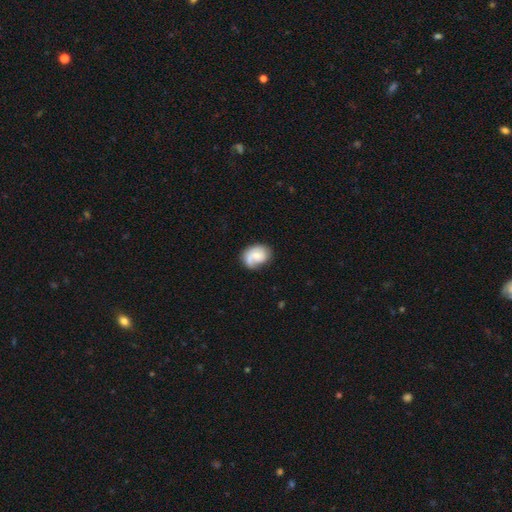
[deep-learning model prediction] featured or disk 55%, smooth 39%, star or artifact 7%. Down the decision tree: edge-on disk — no (97%); bar — no (69%); spiral arms — yes (85%); bulge size — small (47%); merging — none (57%).